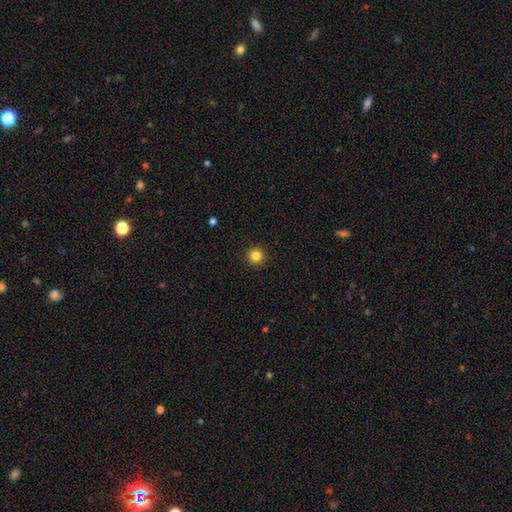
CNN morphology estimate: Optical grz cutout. It shows a smooth galaxy with no disk features (83%) that is round (96%). Merging: none (93%).